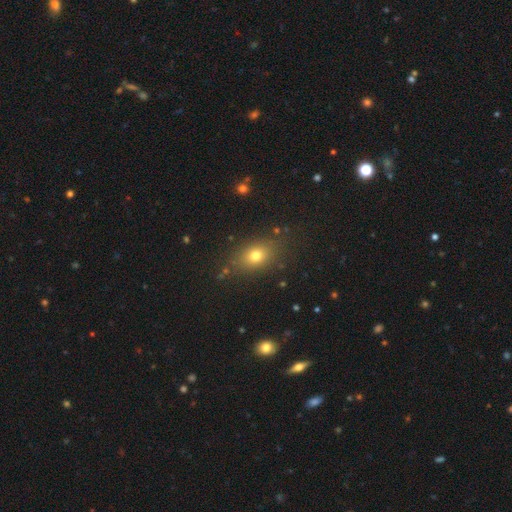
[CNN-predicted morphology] A smooth galaxy with no disk features (73%) that is in between round and cigar-shaped (66%). Merging: none (82%).